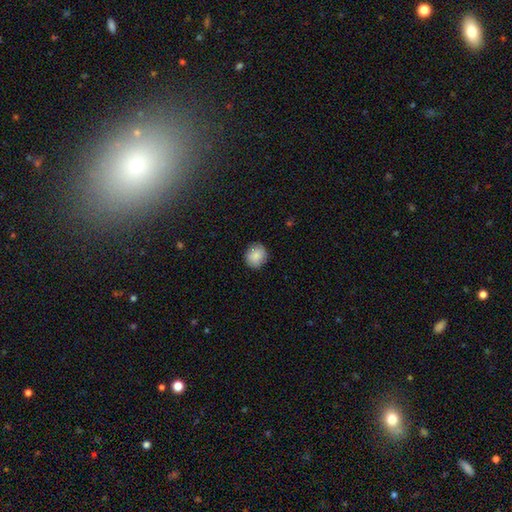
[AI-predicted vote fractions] The model was most divided on "how rounded": round: 83%, in between: 17%, cigar-shaped: 1%. More confident: merging — none (88%); smooth or featured — smooth (88%).